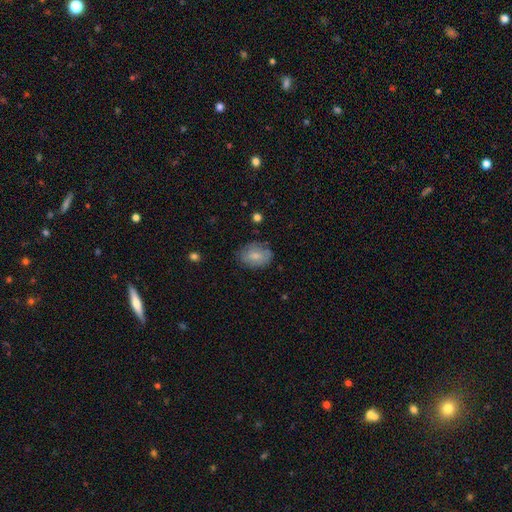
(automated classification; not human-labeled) Smooth or featured?
  - smooth: 74% *
  - featured or disk: 19%
  - star or artifact: 7%
How rounded?
  - in between: 74% *
  - round: 25%
  - cigar-shaped: 1%
Merging?
  - none: 73% *
  - minor disturbance: 20%
  - major disturbance: 5%
  - merger: 2%